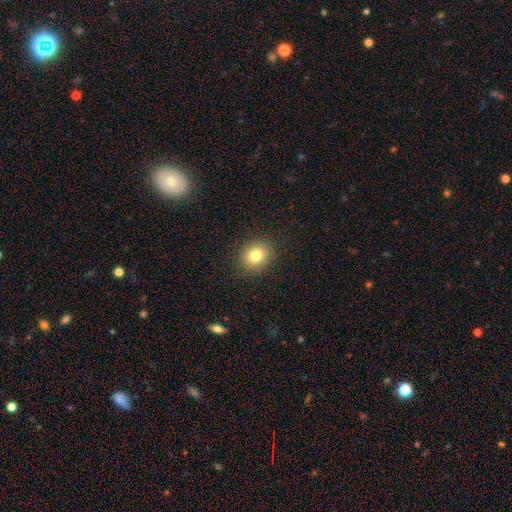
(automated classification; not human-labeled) smooth 80%, star or artifact 11%, featured or disk 9%. Down the decision tree: how rounded — round (68%); merging — none (88%).